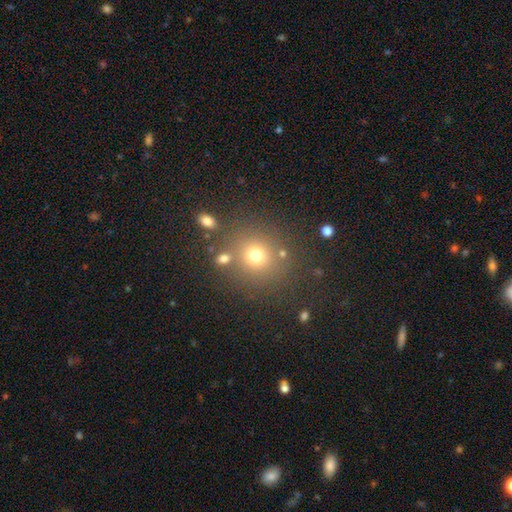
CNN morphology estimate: Smooth or featured?
  - smooth: 71% *
  - star or artifact: 19%
  - featured or disk: 10%
How rounded?
  - round: 86% *
  - in between: 13%
  - cigar-shaped: 1%
Merging?
  - none: 77% *
  - minor disturbance: 10%
  - merger: 9%
  - major disturbance: 5%